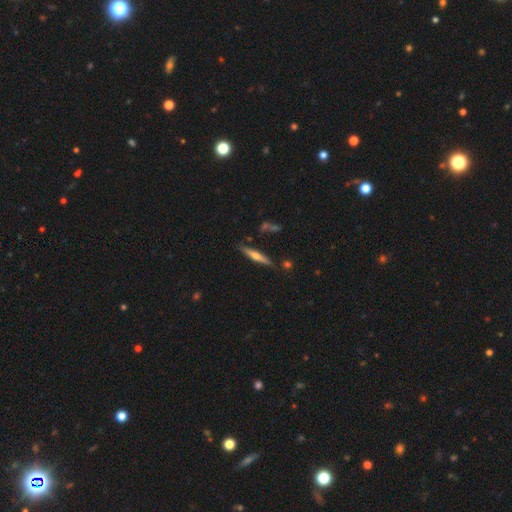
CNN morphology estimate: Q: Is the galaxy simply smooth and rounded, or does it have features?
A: featured or disk — 53%.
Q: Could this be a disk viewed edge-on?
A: yes — 95%.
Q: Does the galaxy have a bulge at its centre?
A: rounded — 77%.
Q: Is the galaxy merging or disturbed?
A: none — 84%.